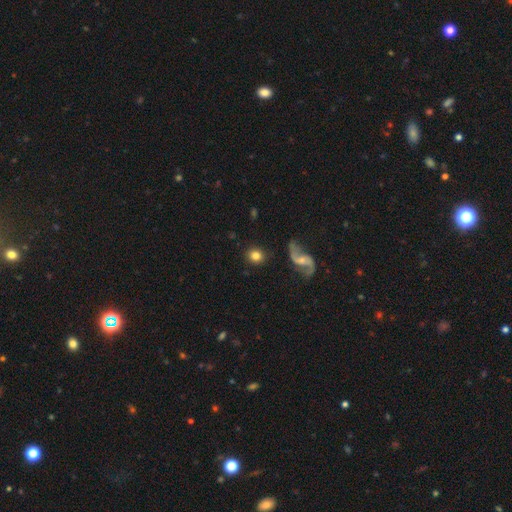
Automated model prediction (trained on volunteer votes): smooth 75%, featured or disk 17%, star or artifact 8%. Down the decision tree: how rounded — round (86%); merging — none (86%).